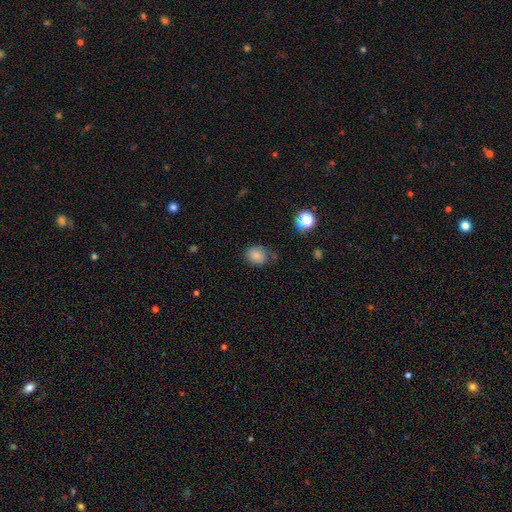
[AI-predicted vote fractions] This is likely a smooth galaxy (76%). How rounded: likely round (60%). Merging: likely none (62%).